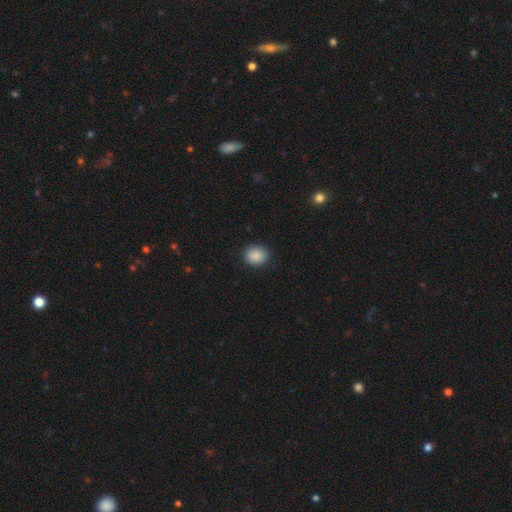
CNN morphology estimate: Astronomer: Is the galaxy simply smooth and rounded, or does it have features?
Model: smooth — 89%.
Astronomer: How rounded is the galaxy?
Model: round — 71%.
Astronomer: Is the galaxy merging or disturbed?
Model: none — 88%.